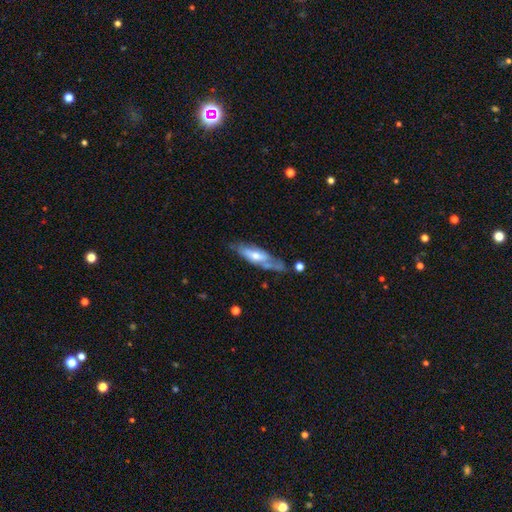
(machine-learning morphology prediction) Smooth or featured? Predicted: featured or disk (p=0.59). Edge-on disk? Predicted: no (p=0.55). Merging? Predicted: none (p=0.53).